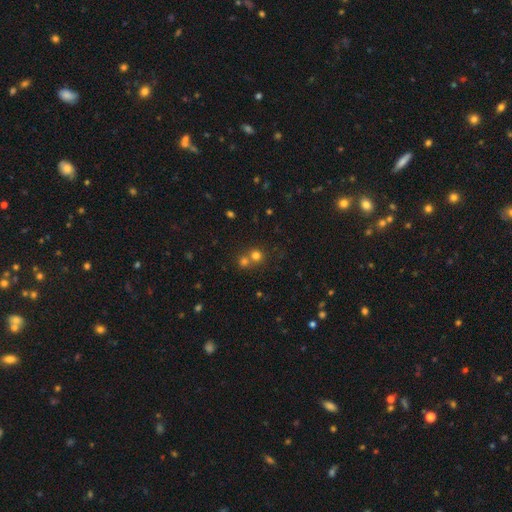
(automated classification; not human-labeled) smooth-or-featured: smooth: 72% | star or artifact: 19% | featured or disk: 9%
  how-rounded: round: 89% | in between: 10% | cigar-shaped: 1%
  merging: none: 50% | merger: 43% | minor disturbance: 5% | major disturbance: 2%